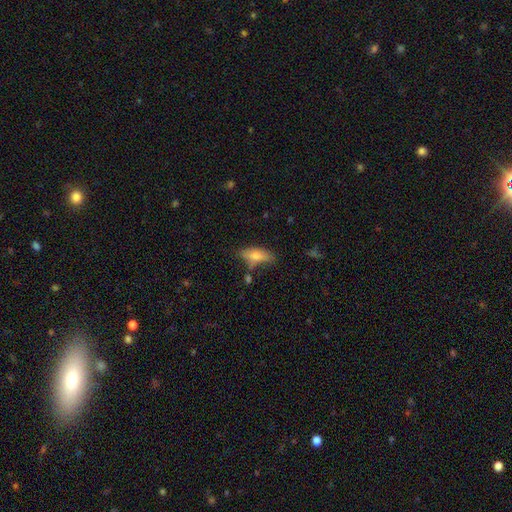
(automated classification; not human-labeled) Smooth or featured: smooth — 66% (featured or disk — 26%)
How rounded: in between — 67% (cigar-shaped — 30%)
Merging: none — 67% (minor disturbance — 21%)